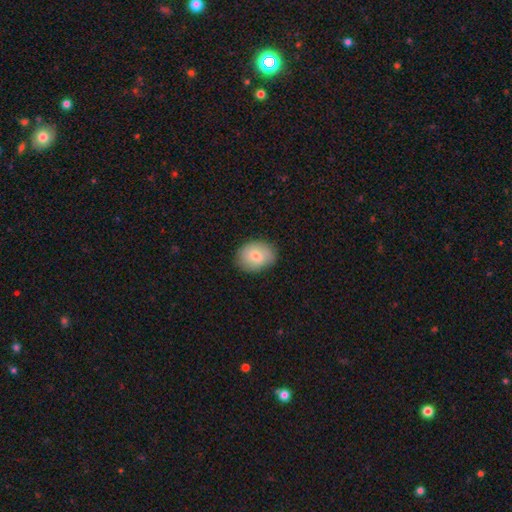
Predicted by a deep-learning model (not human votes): A smooth galaxy with no disk features (75%) that is in between round and cigar-shaped (55%).

Vote fractions:
- Smooth or featured? smooth: 75% / featured or disk: 18% / star or artifact: 8%
- How rounded? in between: 55% / round: 44% / cigar-shaped: 1%
- Merging? none: 79% / minor disturbance: 16% / major disturbance: 3% / merger: 1%